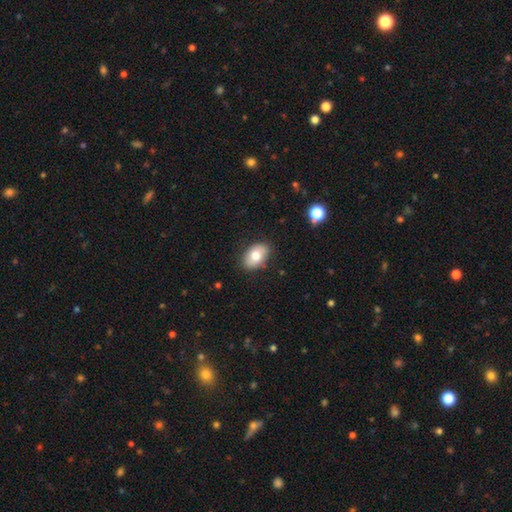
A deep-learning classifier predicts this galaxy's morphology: Smooth or featured?
  - smooth: 74% *
  - featured or disk: 18%
  - star or artifact: 8%
How rounded?
  - in between: 87% *
  - round: 11%
  - cigar-shaped: 1%
Merging?
  - none: 86% *
  - minor disturbance: 11%
  - major disturbance: 2%
  - merger: 1%